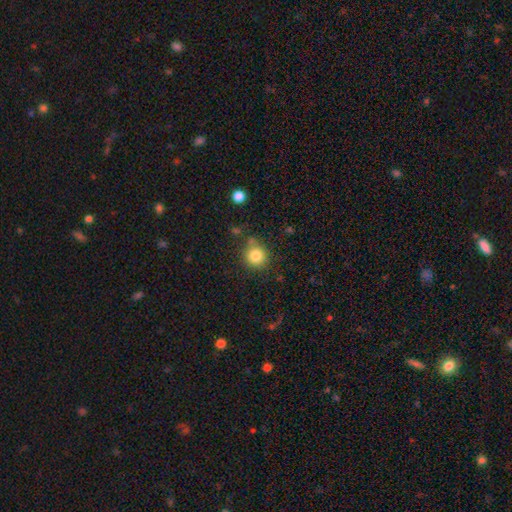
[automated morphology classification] This is clearly a smooth galaxy (83%). How rounded: clearly round (91%). Merging: likely none (77%).